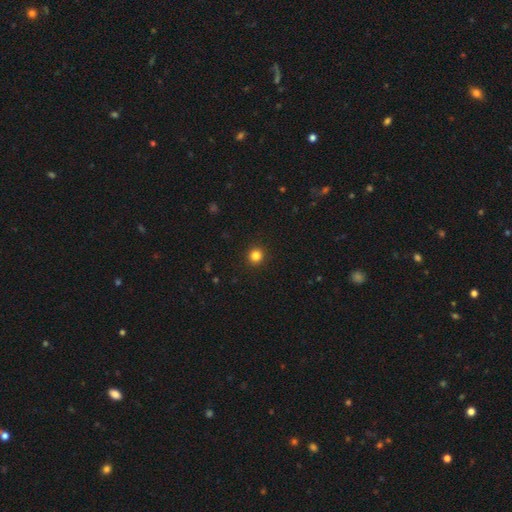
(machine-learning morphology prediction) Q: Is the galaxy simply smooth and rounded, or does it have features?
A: smooth — 83%.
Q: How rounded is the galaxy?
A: round — 94%.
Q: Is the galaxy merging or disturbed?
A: none — 93%.